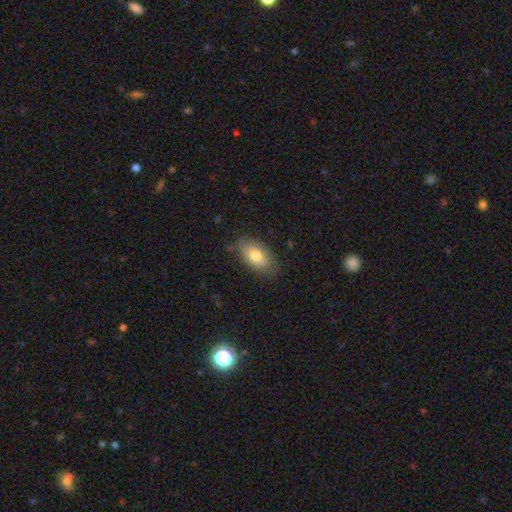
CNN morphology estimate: type=smooth (75%); roundness=in between (92%); merging=none (77%).